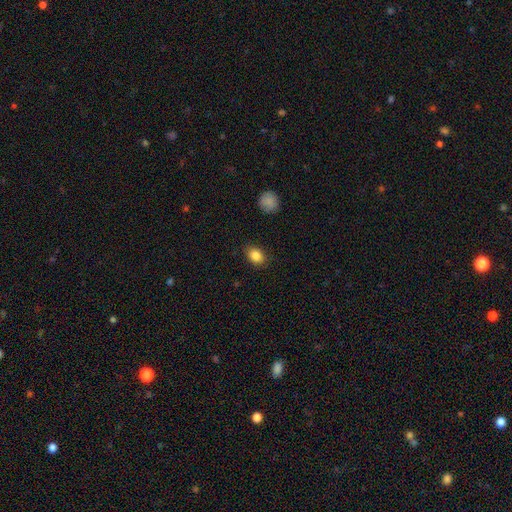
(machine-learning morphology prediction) type=smooth (85%); roundness=in between (66%); merging=none (84%).